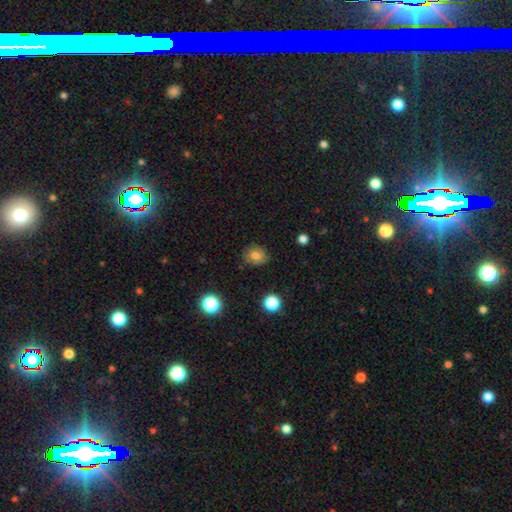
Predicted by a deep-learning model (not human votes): Smooth or featured?
  - smooth: 76% *
  - featured or disk: 12%
  - star or artifact: 12%
How rounded?
  - round: 65% *
  - in between: 34%
  - cigar-shaped: 1%
Merging?
  - none: 82% *
  - minor disturbance: 14%
  - major disturbance: 3%
  - merger: 1%